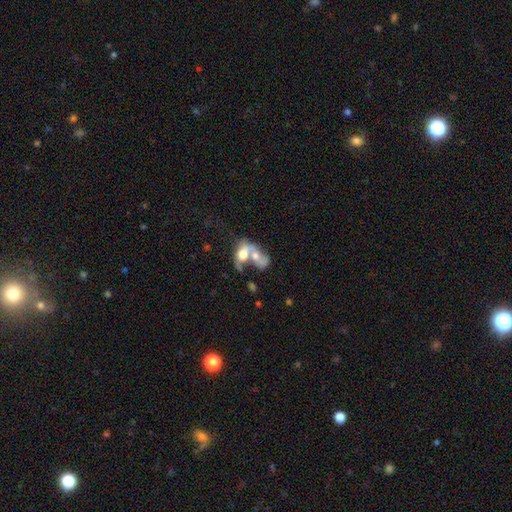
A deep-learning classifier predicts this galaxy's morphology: This appears to be a smooth galaxy with no disk features (49%). Merging: merger (77%).